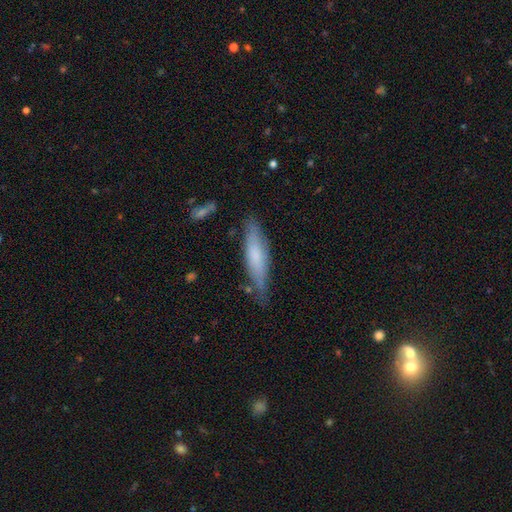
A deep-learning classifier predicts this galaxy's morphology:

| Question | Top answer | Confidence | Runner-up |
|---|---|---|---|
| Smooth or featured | smooth | 61% | featured or disk (32%) |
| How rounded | cigar-shaped | 76% | in between (23%) |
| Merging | none | 70% | minor disturbance (23%) |